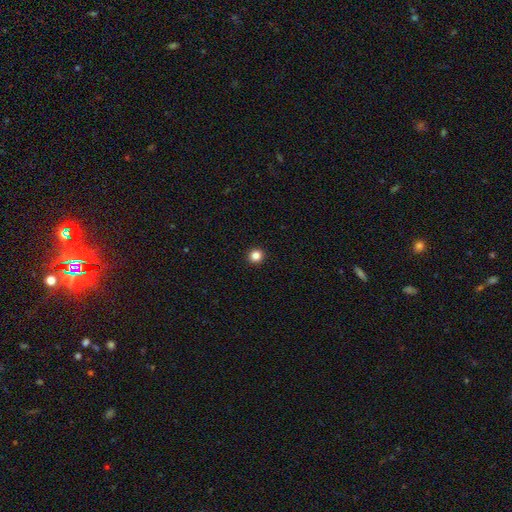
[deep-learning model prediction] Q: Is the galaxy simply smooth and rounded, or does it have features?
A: smooth — 84%.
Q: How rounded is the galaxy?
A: round — 94%.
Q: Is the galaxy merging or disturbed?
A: none — 94%.